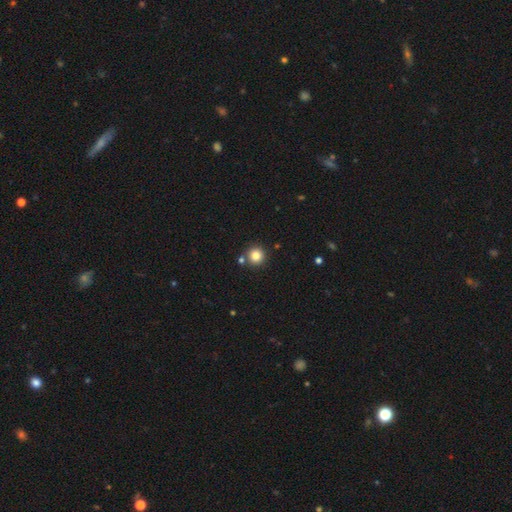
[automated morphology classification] Smooth or featured? smooth (82%)
How rounded? round (95%)
Merging? none (83%)